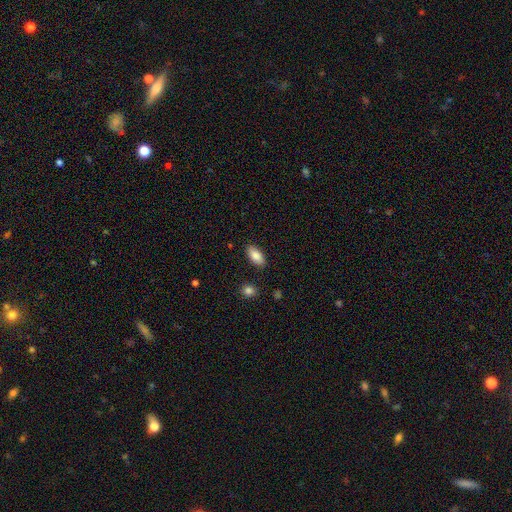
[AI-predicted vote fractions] smooth 86%, featured or disk 7%, star or artifact 7%. Down the decision tree: how rounded — in between (91%); merging — none (87%).